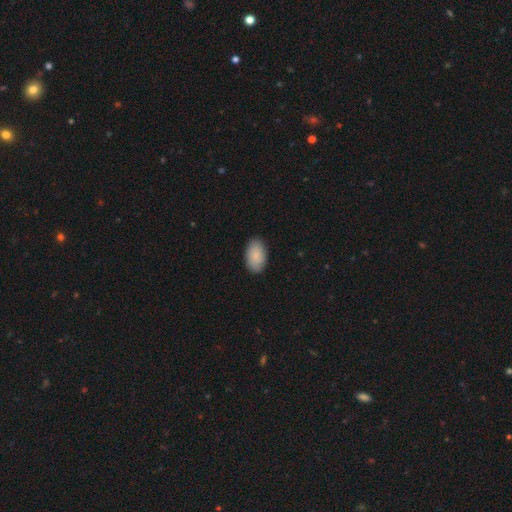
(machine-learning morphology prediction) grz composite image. It shows a smooth galaxy with no disk features (86%) that is in between round and cigar-shaped (94%). Merging: none (87%).